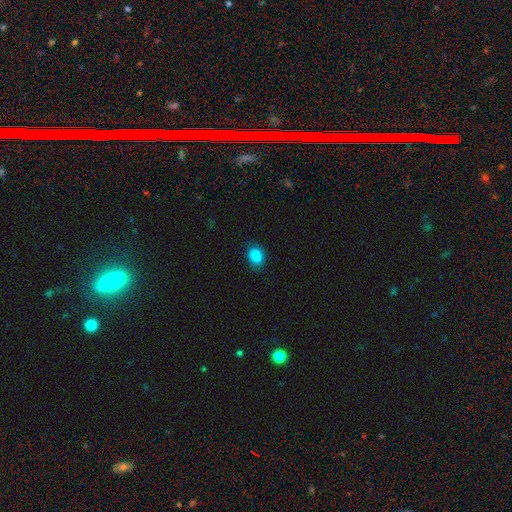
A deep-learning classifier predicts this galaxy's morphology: Q: Smooth or featured?
A: smooth (87%); runner-up: star or artifact (9%)
Q: How rounded?
A: in between (61%); runner-up: round (38%)
Q: Merging?
A: none (79%); runner-up: minor disturbance (16%)